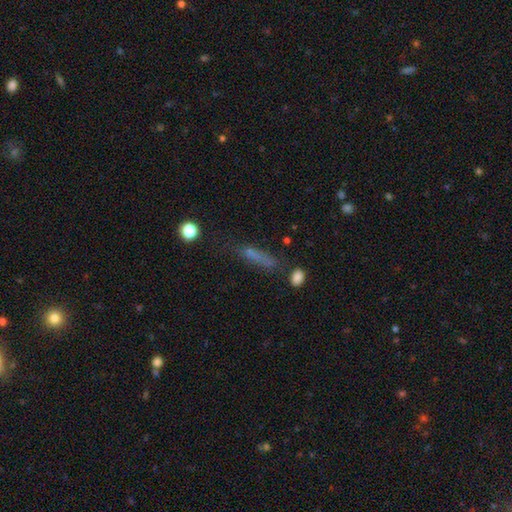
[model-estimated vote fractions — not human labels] A smooth galaxy with no disk features (62%) that is cigar-shaped (80%).

Vote fractions:
- Smooth or featured? smooth: 62% / featured or disk: 21% / star or artifact: 17%
- How rounded? cigar-shaped: 80% / in between: 16% / round: 4%
- Merging? none: 58% / minor disturbance: 21% / major disturbance: 13% / merger: 8%